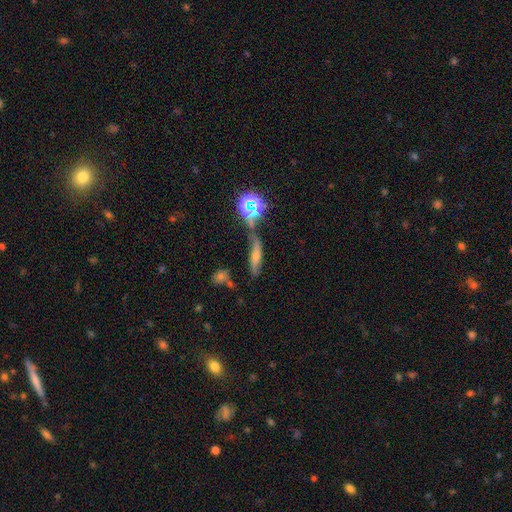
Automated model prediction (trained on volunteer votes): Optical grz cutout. It shows a smooth galaxy with no disk features (38%). Merging: none (46%).